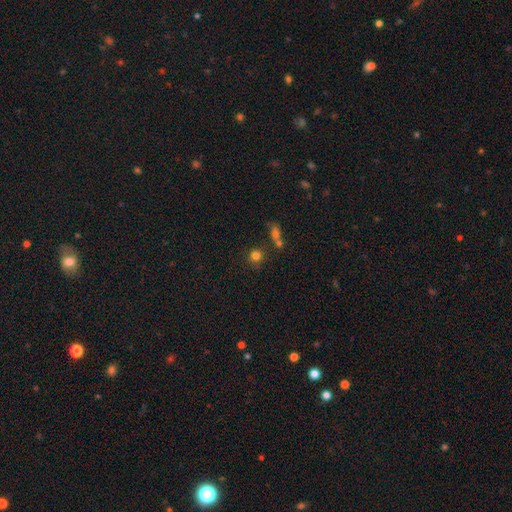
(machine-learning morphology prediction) A smooth galaxy with no disk features (78%) that is round (89%). Merging: none (73%).